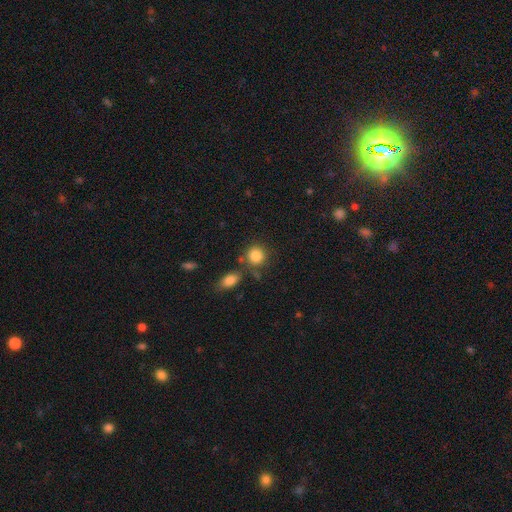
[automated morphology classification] A smooth galaxy with no disk features (86%) that is round (82%). Merging: none (71%).